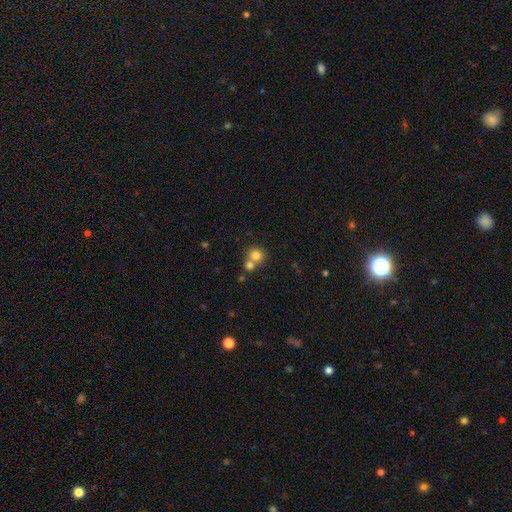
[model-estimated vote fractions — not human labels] This appears to be a smooth galaxy with no disk features (78%) that is round (87%). Merging: merger (46%).